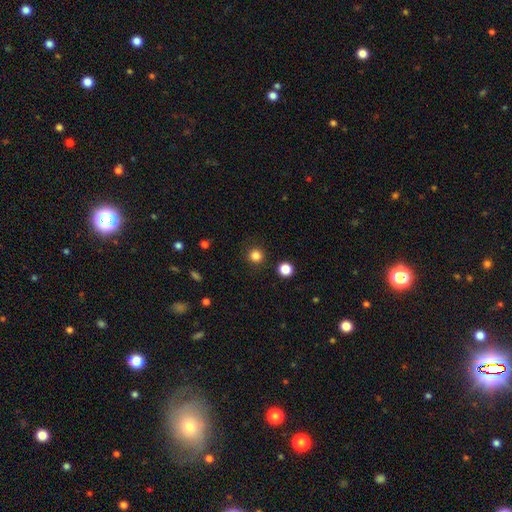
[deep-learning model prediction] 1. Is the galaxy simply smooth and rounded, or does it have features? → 84% smooth, 13% star or artifact, 3% featured or disk.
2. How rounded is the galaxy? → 95% round, 5% in between, 1% cigar-shaped.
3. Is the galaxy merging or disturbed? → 91% none, 5% minor disturbance, 2% major disturbance, 2% merger.